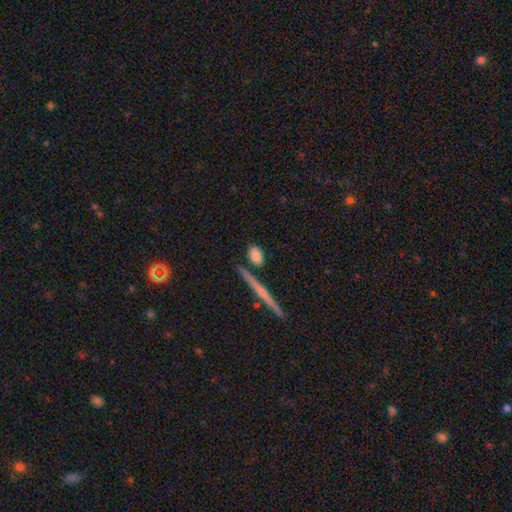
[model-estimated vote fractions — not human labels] This appears to be a smooth galaxy with no disk features (81%) that is in between round and cigar-shaped (66%). Merging: none (74%).